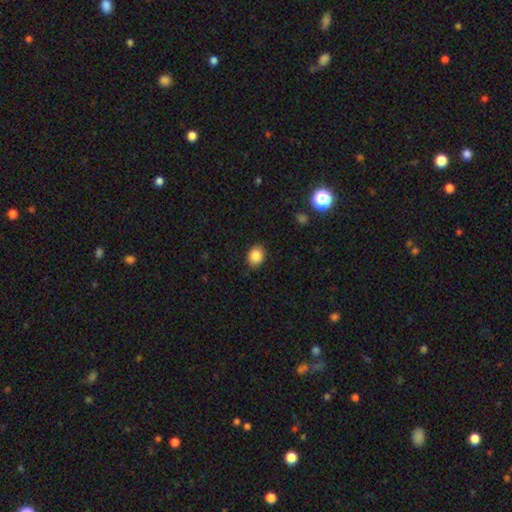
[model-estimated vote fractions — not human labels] Smooth or featured?
  - smooth: 87% *
  - star or artifact: 9%
  - featured or disk: 4%
How rounded?
  - in between: 55% *
  - round: 44%
  - cigar-shaped: 1%
Merging?
  - none: 87% *
  - minor disturbance: 10%
  - major disturbance: 2%
  - merger: 1%